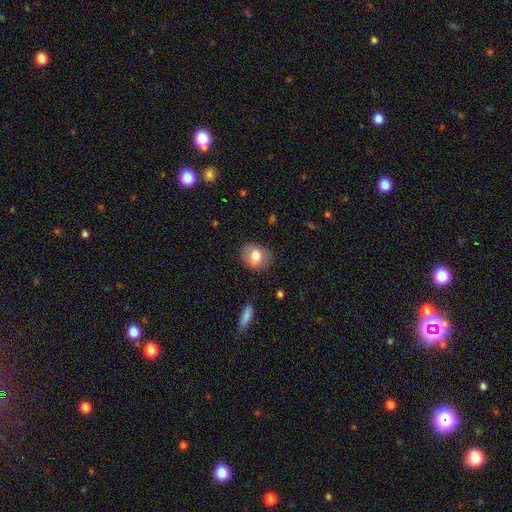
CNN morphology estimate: smooth_or_featured: smooth (p=0.75) [alt: featured or disk p=0.17]
how_rounded: round (p=0.52) [alt: in between p=0.47]
merging: none (p=0.81) [alt: minor disturbance p=0.14]